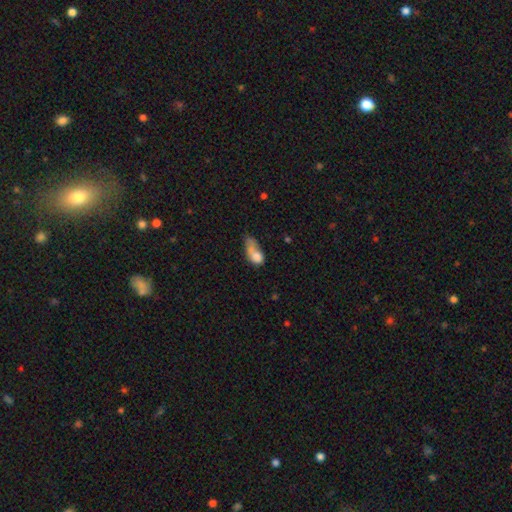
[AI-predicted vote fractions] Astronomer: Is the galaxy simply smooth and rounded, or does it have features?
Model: smooth — 70%.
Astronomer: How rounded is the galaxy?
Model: in between — 81%.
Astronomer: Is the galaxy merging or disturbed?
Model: major disturbance — 36% (runner-up: minor disturbance, 26%).